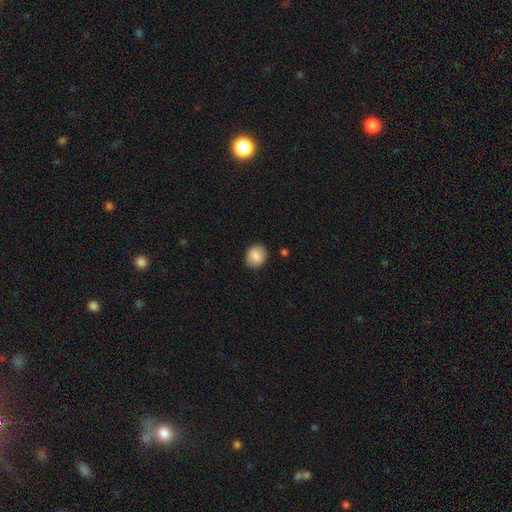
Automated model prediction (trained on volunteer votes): Q: Smooth or featured?
A: smooth (84%); runner-up: featured or disk (8%)
Q: How rounded?
A: round (59%); runner-up: in between (40%)
Q: Merging?
A: none (87%); runner-up: minor disturbance (9%)